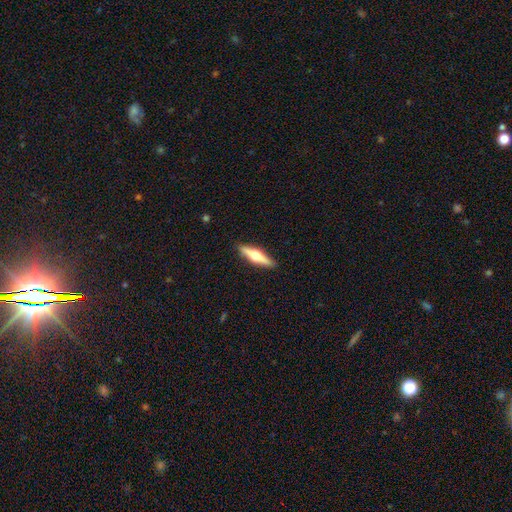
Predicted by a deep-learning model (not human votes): featured or disk 59%, smooth 36%, star or artifact 5%. Down the decision tree: edge-on disk — yes (96%); edge-on bulge — rounded (94%); merging — none (90%).